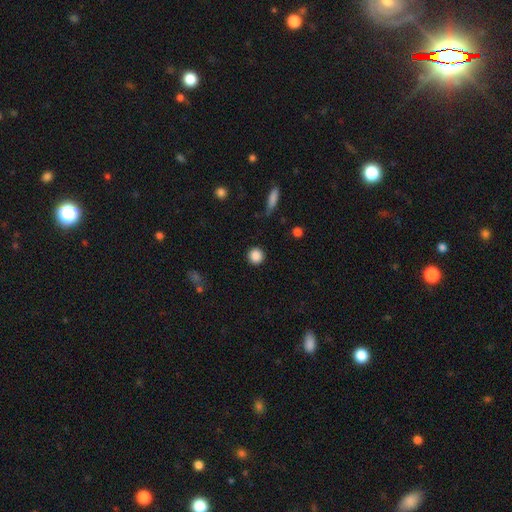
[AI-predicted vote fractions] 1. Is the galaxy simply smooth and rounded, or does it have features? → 87% smooth, 9% star or artifact, 4% featured or disk.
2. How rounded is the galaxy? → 93% round, 5% in between, 1% cigar-shaped.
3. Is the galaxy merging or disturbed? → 90% none, 6% minor disturbance, 2% major disturbance, 1% merger.